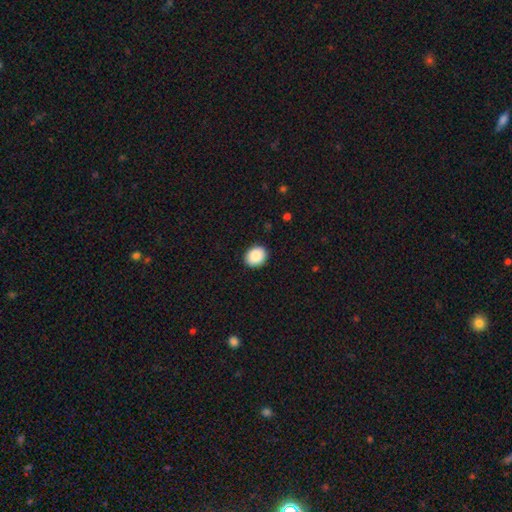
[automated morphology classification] A smooth galaxy with no disk features (89%) that is round (57%).

Vote fractions:
- Smooth or featured? smooth: 89% / star or artifact: 8% / featured or disk: 3%
- How rounded? round: 57% / in between: 42% / cigar-shaped: 1%
- Merging? none: 90% / minor disturbance: 7% / major disturbance: 2% / merger: 1%